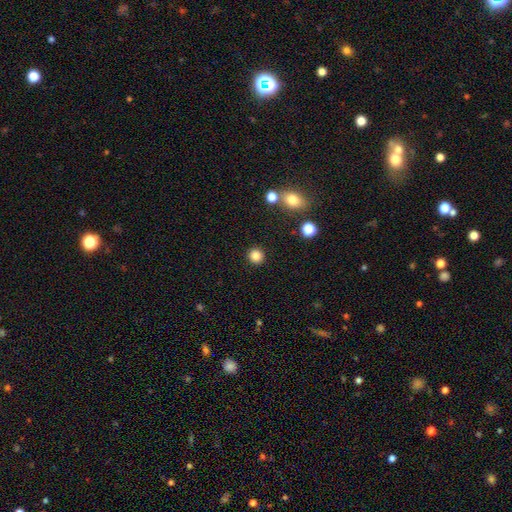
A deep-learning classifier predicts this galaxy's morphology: This appears to be a smooth galaxy with no disk features (85%) that is round (92%). Merging: none (91%).